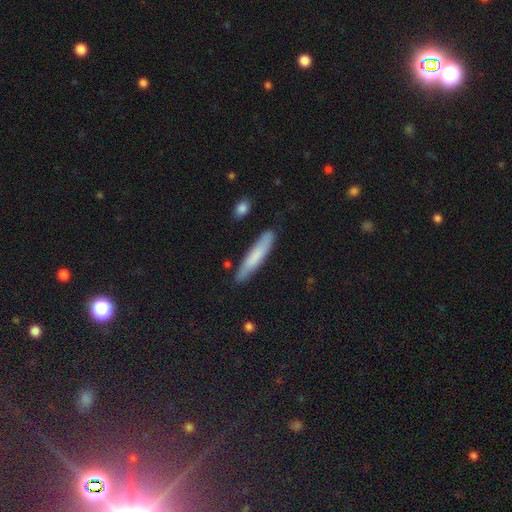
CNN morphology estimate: smooth 74%, featured or disk 20%, star or artifact 6%. Down the decision tree: how rounded — cigar-shaped (91%); merging — none (84%).